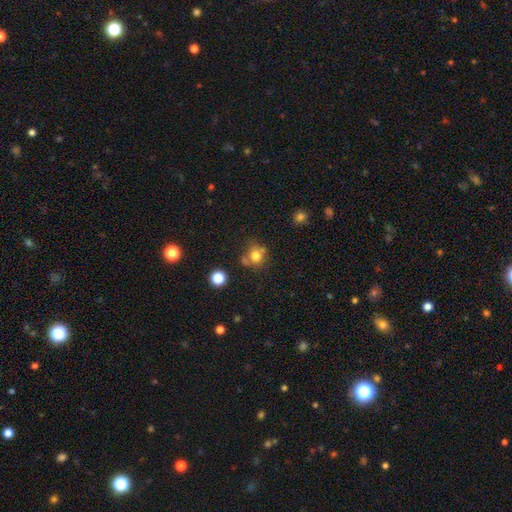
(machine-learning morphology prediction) smooth-or-featured: smooth: 75% | star or artifact: 14% | featured or disk: 11%
  how-rounded: round: 77% | in between: 22% | cigar-shaped: 1%
  merging: none: 57% | merger: 20% | minor disturbance: 16% | major disturbance: 7%